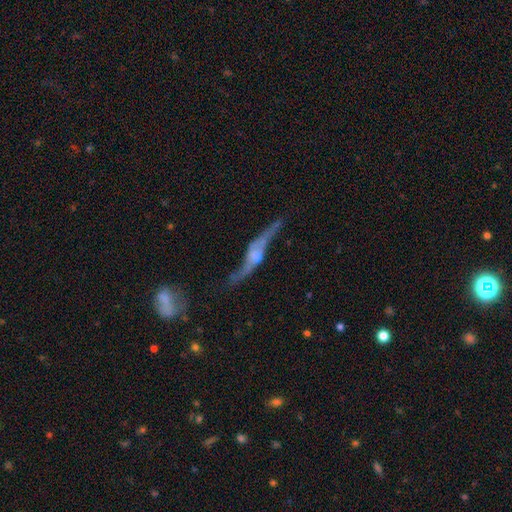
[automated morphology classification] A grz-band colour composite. It shows a featured or disk galaxy (84%) viewed edge-on (59%). Merging: none (62%).